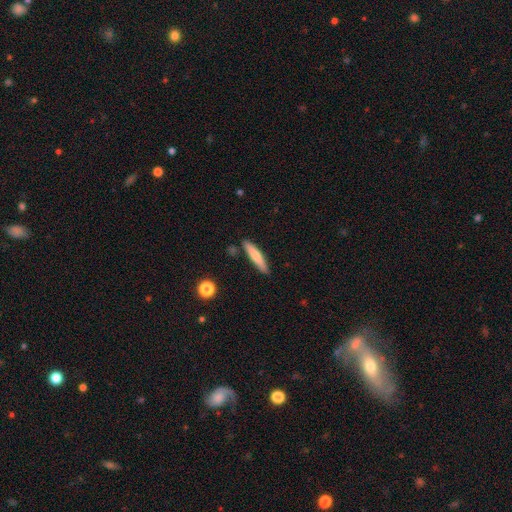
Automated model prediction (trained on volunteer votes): This is likely a smooth galaxy (70%). How rounded: clearly cigar-shaped (88%). Merging: clearly none (85%).